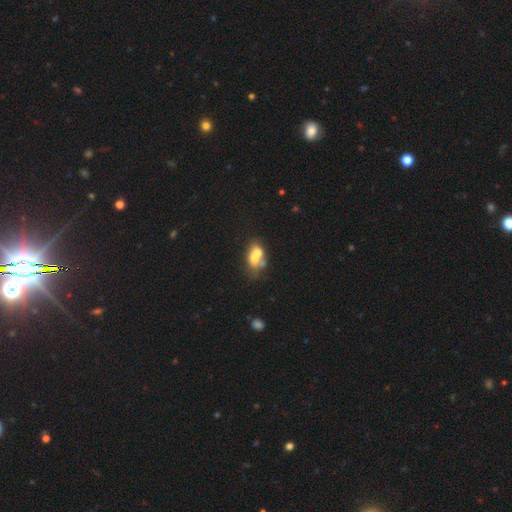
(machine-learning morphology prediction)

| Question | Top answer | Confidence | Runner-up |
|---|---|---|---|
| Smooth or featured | smooth | 60% | featured or disk (30%) |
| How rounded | in between | 77% | round (19%) |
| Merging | merger | 56% | none (24%) |